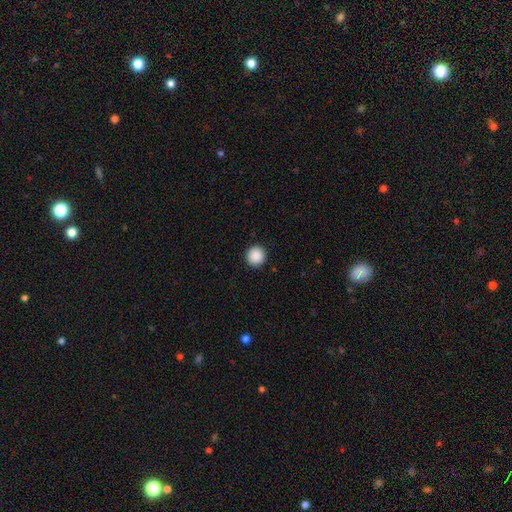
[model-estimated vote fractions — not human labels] Smooth or featured? Predicted: smooth (p=0.90). How rounded? Predicted: round (p=0.95). Merging? Predicted: none (p=0.92).